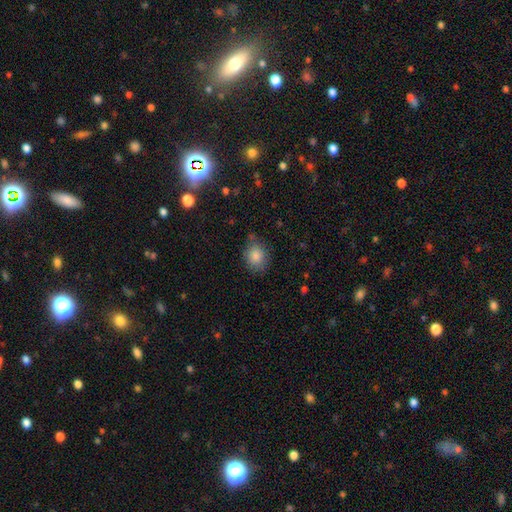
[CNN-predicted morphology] Smooth or featured?
  - smooth: 84% *
  - star or artifact: 9%
  - featured or disk: 7%
How rounded?
  - round: 60% *
  - in between: 39%
  - cigar-shaped: 1%
Merging?
  - none: 76% *
  - minor disturbance: 17%
  - major disturbance: 4%
  - merger: 3%